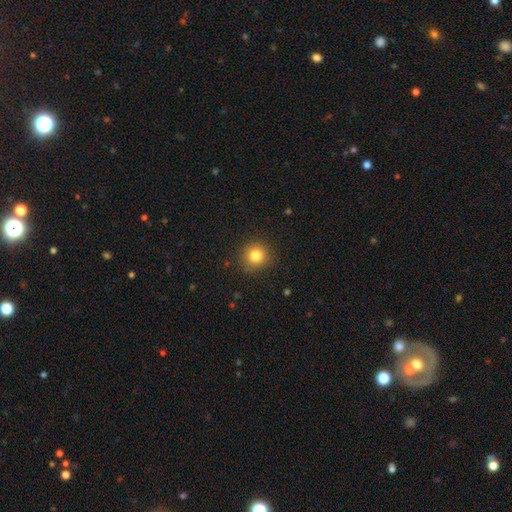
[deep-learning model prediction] Smooth or featured: smooth — 82% (star or artifact — 12%)
How rounded: round — 93% (in between — 6%)
Merging: none — 89% (minor disturbance — 7%)